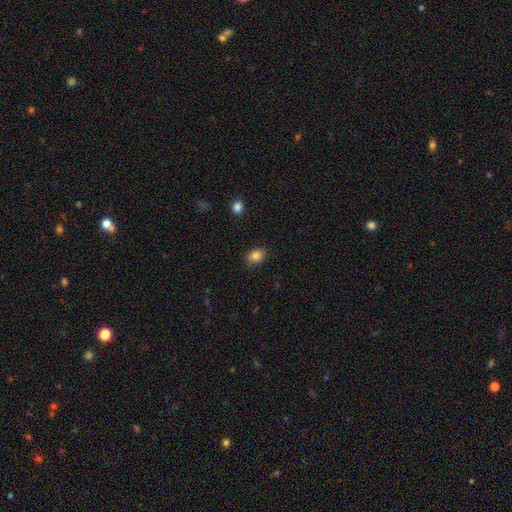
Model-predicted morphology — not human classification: Smooth or featured: smooth — 85% (star or artifact — 10%)
How rounded: in between — 65% (round — 34%)
Merging: none — 81% (minor disturbance — 14%)